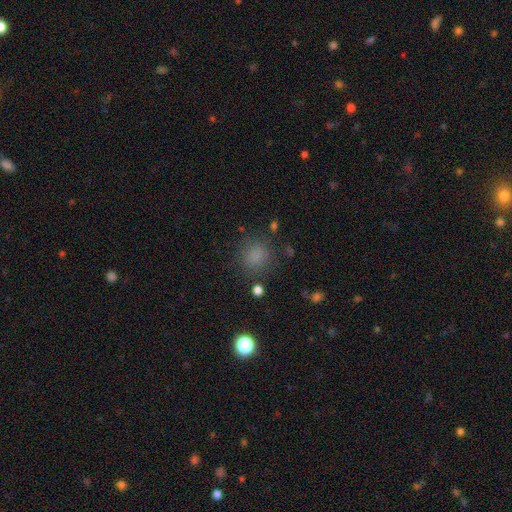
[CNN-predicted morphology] smooth 78%, star or artifact 16%, featured or disk 6%. Down the decision tree: how rounded — round (82%); merging — none (80%).